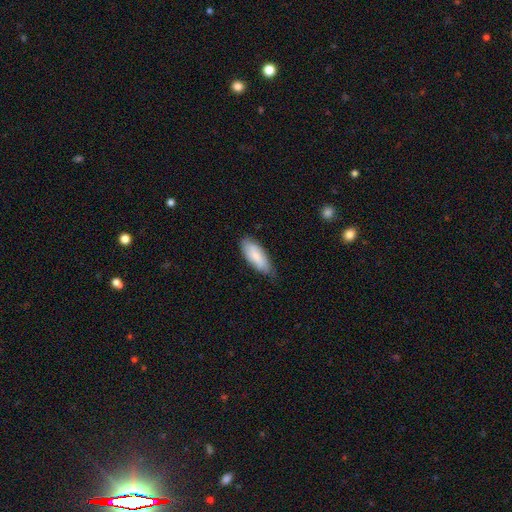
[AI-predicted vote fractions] The model was most divided on "merging": none: 71%, minor disturbance: 25%, major disturbance: 4%, merger: 1%. More confident: smooth or featured — smooth (80%); how rounded — in between (79%).